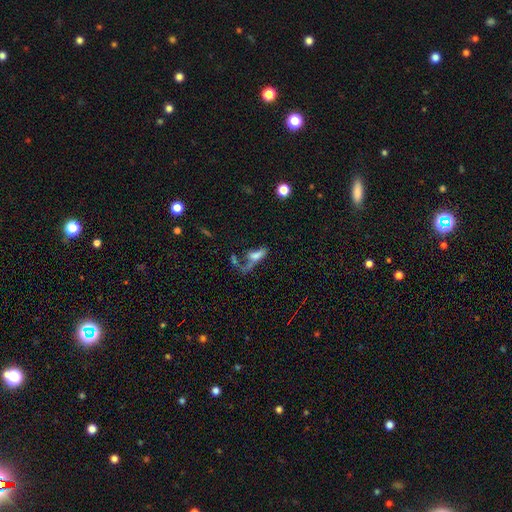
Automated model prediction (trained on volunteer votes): Smooth or featured?
  - smooth: 58% *
  - featured or disk: 28%
  - star or artifact: 14%
How rounded?
  - in between: 52% *
  - cigar-shaped: 43%
  - round: 5%
Merging?
  - merger: 30% *
  - major disturbance: 29%
  - none: 27%
  - minor disturbance: 14%